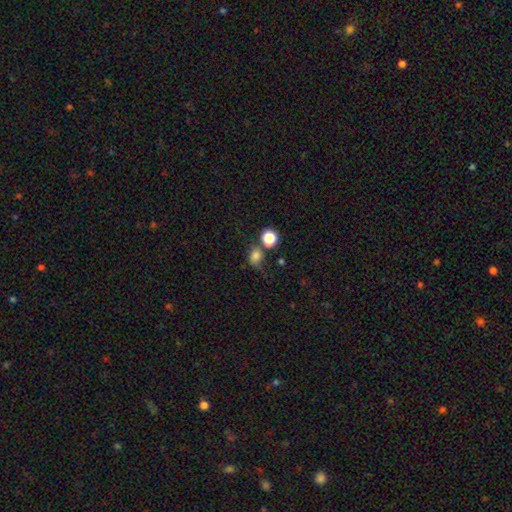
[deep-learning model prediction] The model was most divided on "how rounded": round: 57%, in between: 42%, cigar-shaped: 1%. More confident: smooth or featured — smooth (75%); merging — none (50%).